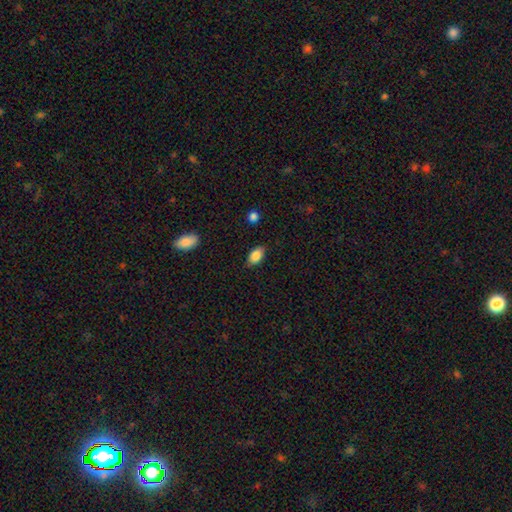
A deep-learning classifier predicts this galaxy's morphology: Smooth or featured?
  - smooth: 86% *
  - star or artifact: 7%
  - featured or disk: 7%
How rounded?
  - in between: 91% *
  - round: 7%
  - cigar-shaped: 2%
Merging?
  - none: 83% *
  - minor disturbance: 13%
  - major disturbance: 3%
  - merger: 1%